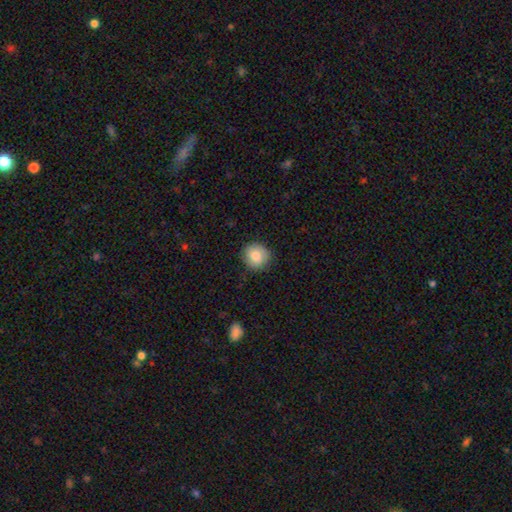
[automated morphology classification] Smooth or featured: smooth — 82% (featured or disk — 10%)
How rounded: round — 85% (in between — 14%)
Merging: none — 84% (minor disturbance — 12%)